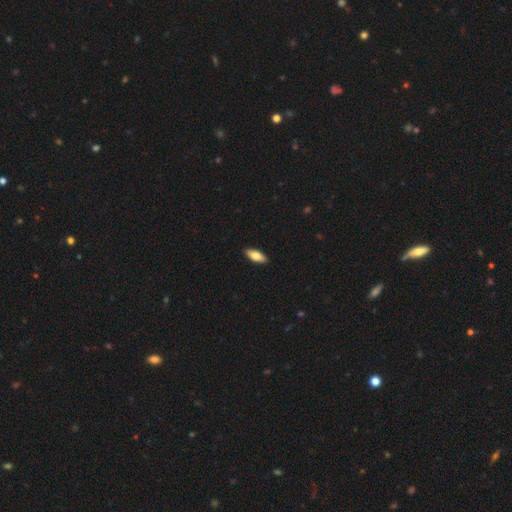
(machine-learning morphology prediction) A smooth galaxy with no disk features (76%) that is in between round and cigar-shaped (77%).

Vote fractions:
- Smooth or featured? smooth: 76% / featured or disk: 19% / star or artifact: 6%
- How rounded? in between: 77% / cigar-shaped: 21% / round: 2%
- Merging? none: 91% / minor disturbance: 7% / major disturbance: 1% / merger: 1%